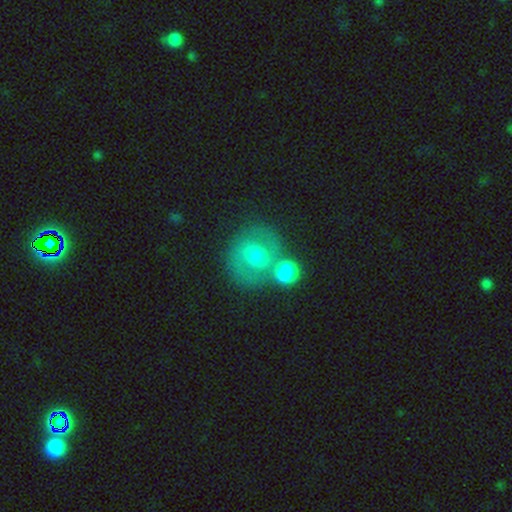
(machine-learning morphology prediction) This is possibly a featured or disk galaxy (47%). Merging: likely none (63%).